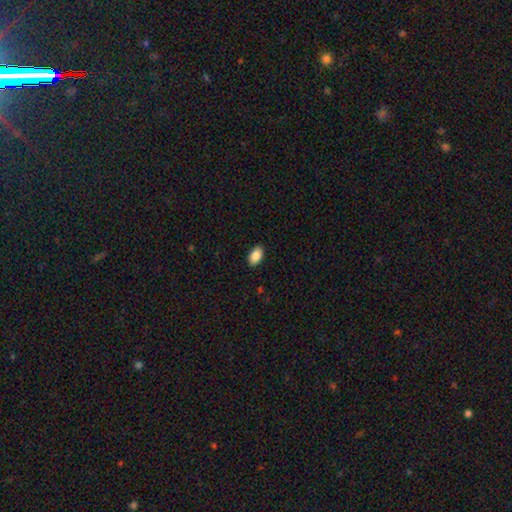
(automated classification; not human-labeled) Smooth or featured?
  - smooth: 88% *
  - star or artifact: 7%
  - featured or disk: 5%
How rounded?
  - in between: 93% *
  - round: 6%
  - cigar-shaped: 2%
Merging?
  - none: 90% *
  - minor disturbance: 7%
  - major disturbance: 2%
  - merger: 1%